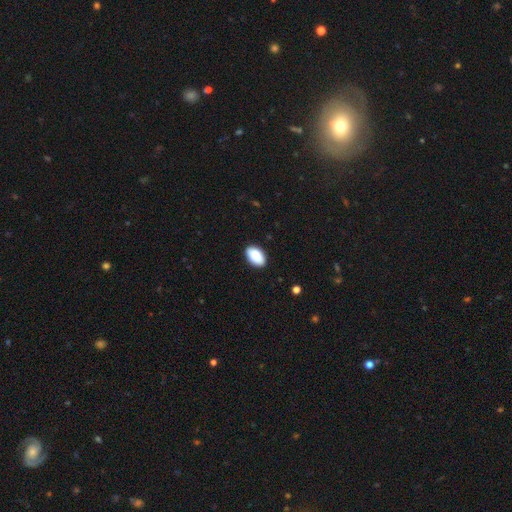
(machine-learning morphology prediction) Smooth or featured?
  - smooth: 88% *
  - star or artifact: 7%
  - featured or disk: 5%
How rounded?
  - in between: 94% *
  - round: 5%
  - cigar-shaped: 1%
Merging?
  - none: 89% *
  - minor disturbance: 9%
  - major disturbance: 2%
  - merger: 1%